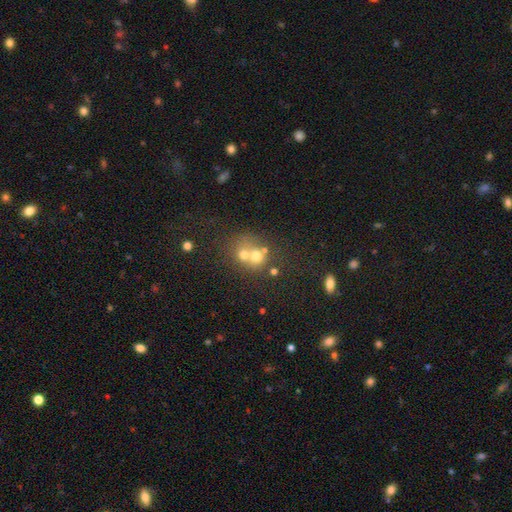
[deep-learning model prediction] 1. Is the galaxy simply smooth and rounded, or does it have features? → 60% smooth, 22% featured or disk, 17% star or artifact.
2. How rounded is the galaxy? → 77% round, 22% in between, 1% cigar-shaped.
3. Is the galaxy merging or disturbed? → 57% merger, 32% none, 7% minor disturbance, 4% major disturbance.